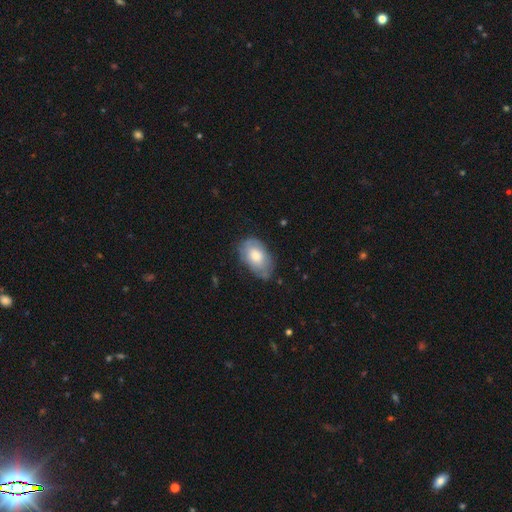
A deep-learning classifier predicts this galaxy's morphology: smooth_or_featured: smooth (p=0.59) [alt: featured or disk p=0.35]
how_rounded: in between (p=0.91) [alt: round p=0.07]
merging: none (p=0.65) [alt: minor disturbance p=0.27]